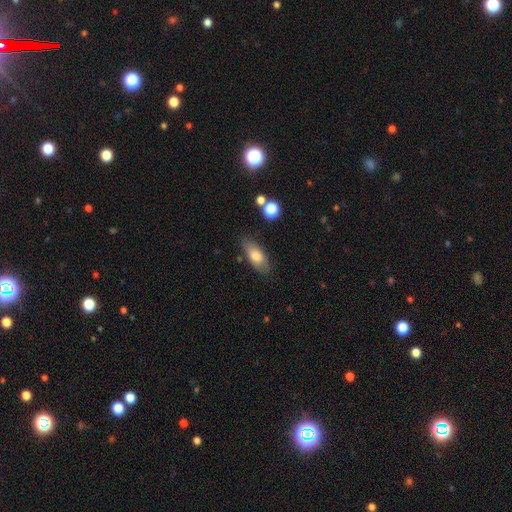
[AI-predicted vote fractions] Q: Smooth or featured?
A: smooth (75%); runner-up: featured or disk (18%)
Q: How rounded?
A: in between (81%); runner-up: cigar-shaped (16%)
Q: Merging?
A: none (76%); runner-up: minor disturbance (17%)